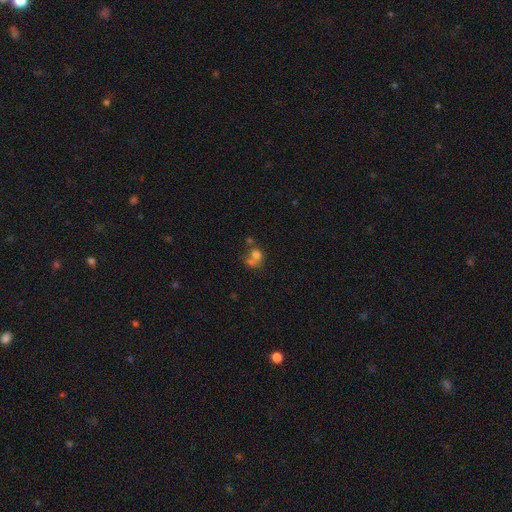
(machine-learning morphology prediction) smooth 69%, featured or disk 18%, star or artifact 13%. Down the decision tree: how rounded — round (69%); merging — merger (52%).